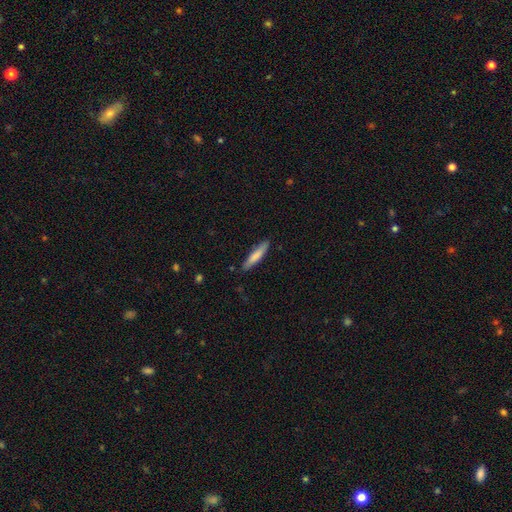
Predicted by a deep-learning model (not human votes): Smooth or featured? smooth (78%)
How rounded? cigar-shaped (87%)
Merging? none (85%)